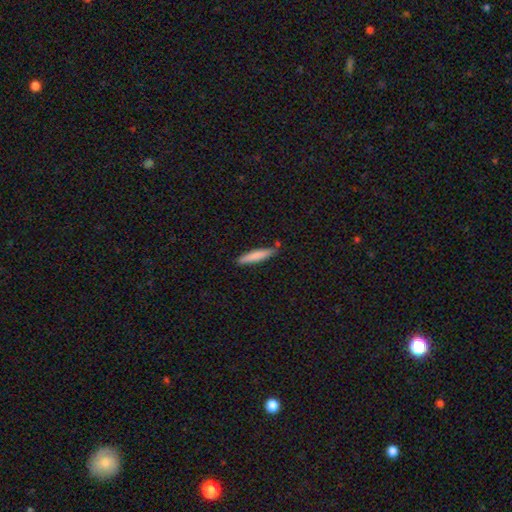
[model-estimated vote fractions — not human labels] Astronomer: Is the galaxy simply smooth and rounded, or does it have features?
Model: smooth — 79%.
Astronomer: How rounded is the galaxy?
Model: cigar-shaped — 89%.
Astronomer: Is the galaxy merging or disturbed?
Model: none — 78%.